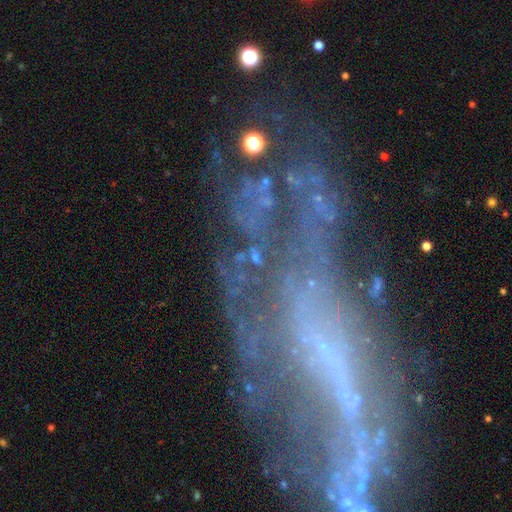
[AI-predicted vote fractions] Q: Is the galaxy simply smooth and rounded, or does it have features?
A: featured or disk — 55%.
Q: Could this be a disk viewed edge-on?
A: no — 89%.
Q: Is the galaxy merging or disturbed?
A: none — 54%.